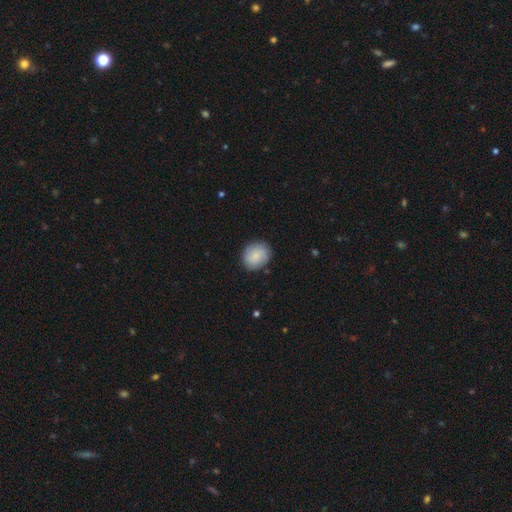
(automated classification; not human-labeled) A smooth galaxy with no disk features (78%) that is round (67%).

Vote fractions:
- Smooth or featured? smooth: 78% / featured or disk: 15% / star or artifact: 7%
- How rounded? round: 67% / in between: 32% / cigar-shaped: 1%
- Merging? none: 83% / minor disturbance: 13% / major disturbance: 3% / merger: 1%